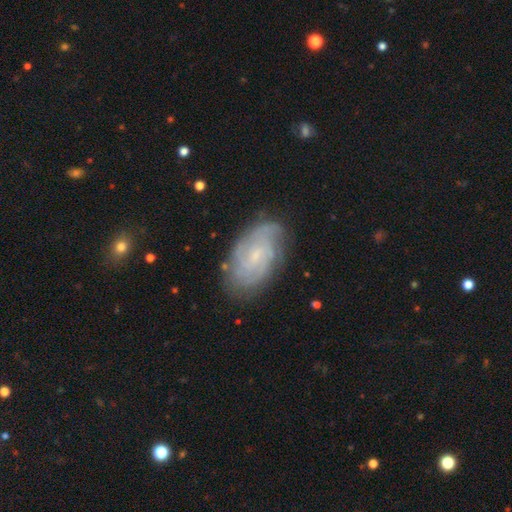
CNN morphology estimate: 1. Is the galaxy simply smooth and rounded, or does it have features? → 74% featured or disk, 19% smooth, 7% star or artifact.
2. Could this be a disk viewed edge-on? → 96% no, 4% yes.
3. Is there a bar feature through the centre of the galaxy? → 52% no, 41% weak, 6% strong.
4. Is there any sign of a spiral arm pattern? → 91% yes, 9% no.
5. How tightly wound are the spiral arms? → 60% tight, 31% medium, 9% loose.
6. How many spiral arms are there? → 43% can't tell, 25% 2, 15% 3, 9% 4, 5% more than 4, 5% 1.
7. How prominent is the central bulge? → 66% small, 21% moderate, 11% none, 1% large, 1% dominant.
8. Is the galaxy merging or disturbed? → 76% none, 17% minor disturbance, 5% major disturbance, 2% merger.